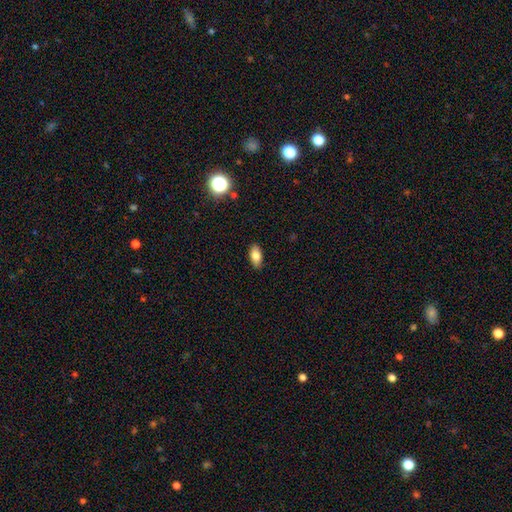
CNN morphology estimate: The model was most divided on "smooth or featured": smooth: 82%, featured or disk: 9%, star or artifact: 9%. More confident: how rounded — in between (89%); merging — none (88%).